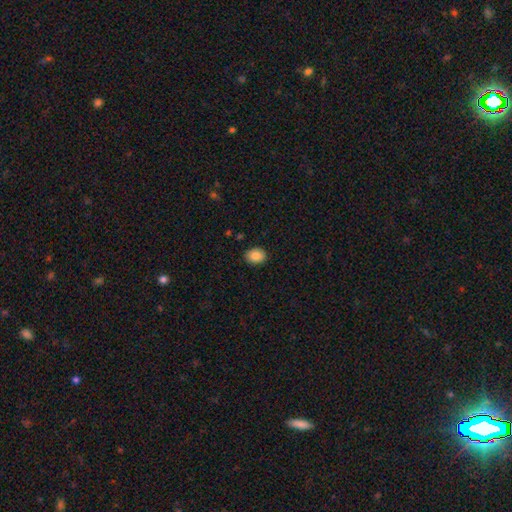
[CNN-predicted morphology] smooth 86%, star or artifact 8%, featured or disk 5%. Down the decision tree: how rounded — in between (58%); merging — none (90%).